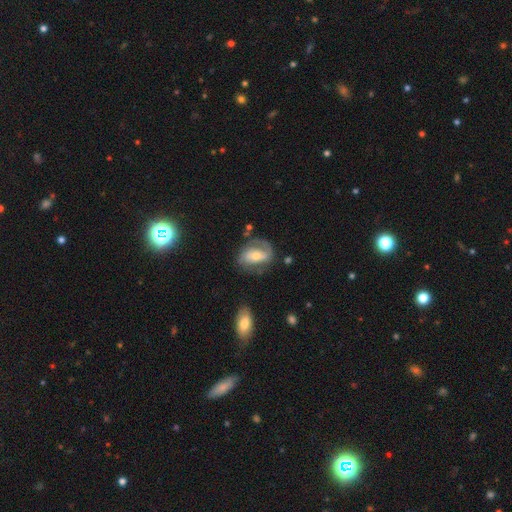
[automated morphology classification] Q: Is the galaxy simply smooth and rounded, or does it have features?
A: featured or disk — 70%.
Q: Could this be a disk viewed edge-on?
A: no — 95%.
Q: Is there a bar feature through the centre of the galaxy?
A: no — 41%.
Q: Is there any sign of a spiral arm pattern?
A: yes — 83%.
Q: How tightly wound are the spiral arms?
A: medium — 41%.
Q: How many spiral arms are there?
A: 2 — 63%.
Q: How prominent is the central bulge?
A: moderate — 52%.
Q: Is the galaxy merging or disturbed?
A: none — 61%.